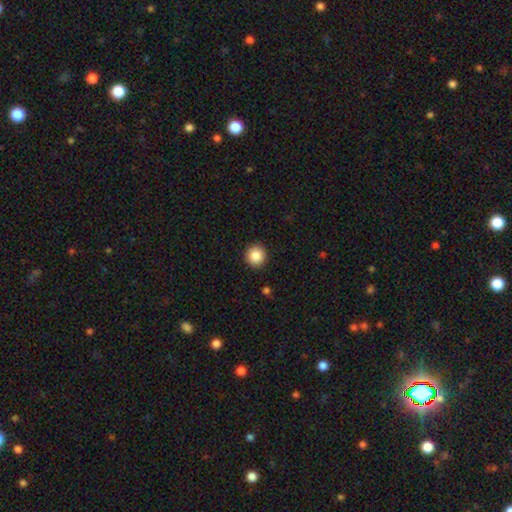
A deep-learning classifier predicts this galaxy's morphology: The model was most divided on "smooth or featured": smooth: 87%, star or artifact: 9%, featured or disk: 4%. More confident: how rounded — round (93%); merging — none (92%).